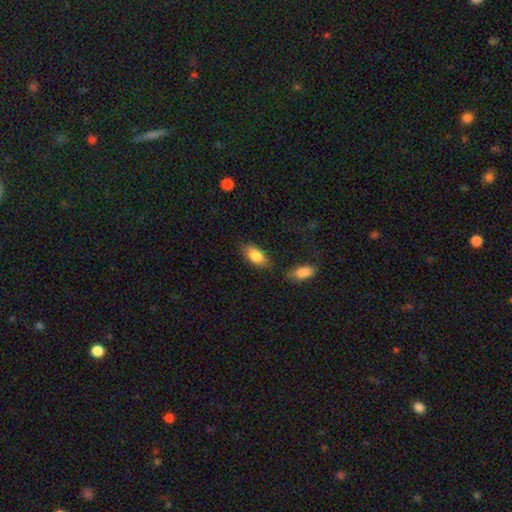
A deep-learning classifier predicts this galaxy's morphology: smooth_or_featured: smooth (p=0.83) [alt: featured or disk p=0.10]
how_rounded: in between (p=0.90) [alt: cigar-shaped p=0.05]
merging: none (p=0.76) [alt: minor disturbance p=0.15]